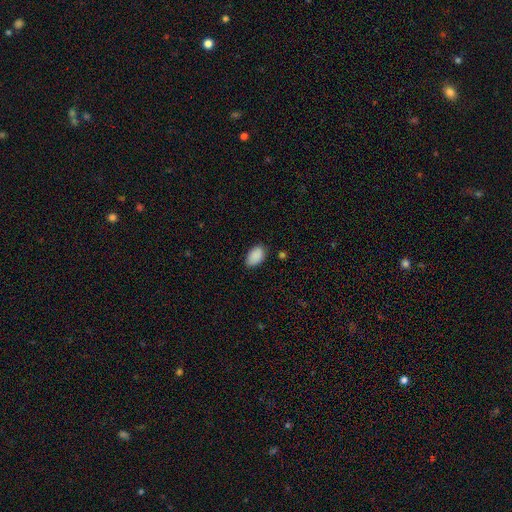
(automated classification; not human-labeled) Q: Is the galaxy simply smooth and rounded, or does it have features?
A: smooth — 90%.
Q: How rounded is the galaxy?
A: in between — 92%.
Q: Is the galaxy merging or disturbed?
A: none — 81%.